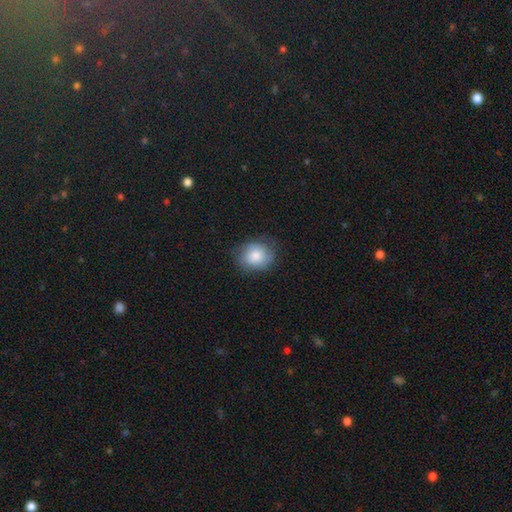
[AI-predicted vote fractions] smooth 78%, featured or disk 15%, star or artifact 8%. Down the decision tree: how rounded — round (67%); merging — none (74%).